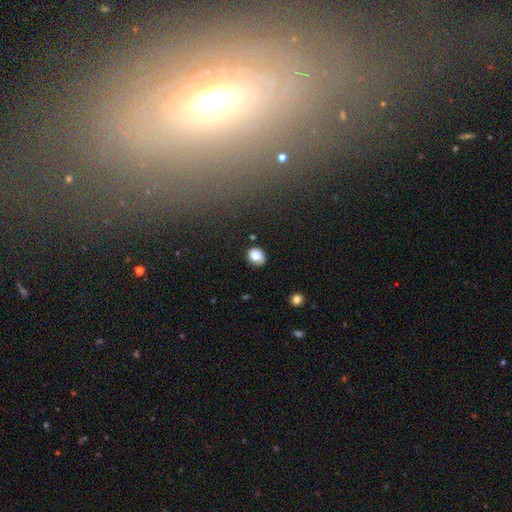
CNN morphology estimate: Q: Smooth or featured?
A: smooth (81%); runner-up: featured or disk (10%)
Q: How rounded?
A: round (53%); runner-up: in between (46%)
Q: Merging?
A: none (81%); runner-up: minor disturbance (13%)